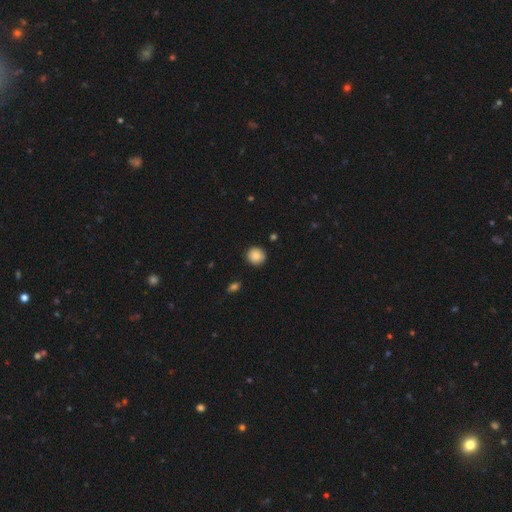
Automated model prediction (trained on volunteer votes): smooth-or-featured: smooth: 85% | star or artifact: 8% | featured or disk: 7%
  how-rounded: round: 93% | in between: 6% | cigar-shaped: 1%
  merging: none: 90% | minor disturbance: 7% | major disturbance: 2% | merger: 1%